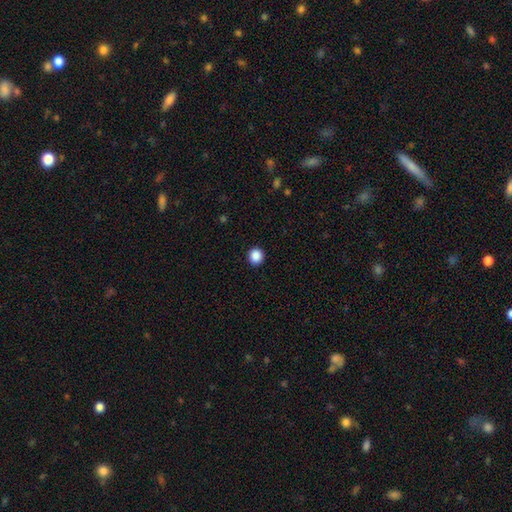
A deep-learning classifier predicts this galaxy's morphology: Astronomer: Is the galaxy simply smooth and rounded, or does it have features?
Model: smooth — 88%.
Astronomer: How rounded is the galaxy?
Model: round — 90%.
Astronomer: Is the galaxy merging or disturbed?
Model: none — 93%.